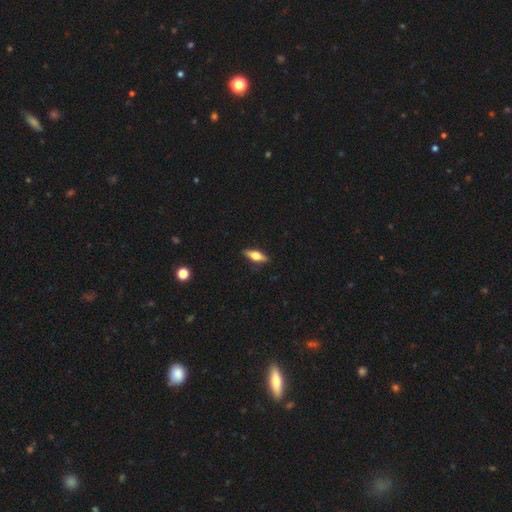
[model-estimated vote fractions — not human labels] A smooth galaxy with no disk features (49%).

Vote fractions:
- Smooth or featured? smooth: 49% / featured or disk: 44% / star or artifact: 7%
- Merging? none: 87% / minor disturbance: 10% / major disturbance: 2% / merger: 1%